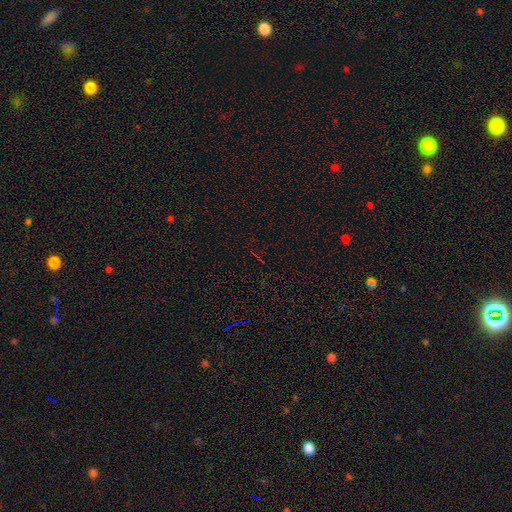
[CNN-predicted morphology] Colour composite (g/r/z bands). It shows a star or artifact, not a galaxy (74%).